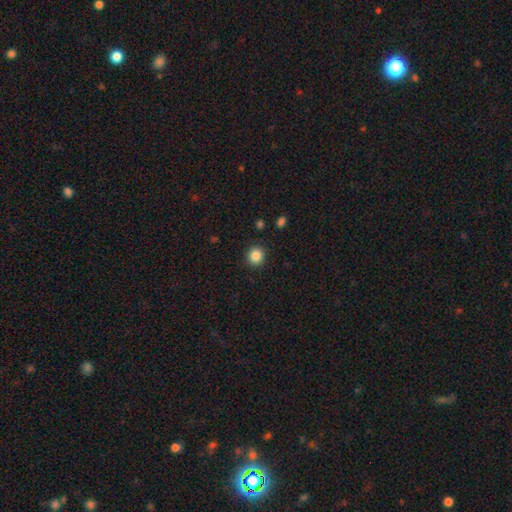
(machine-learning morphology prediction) Overall: smooth (85%). How rounded: round (88%). Merging: none (90%).